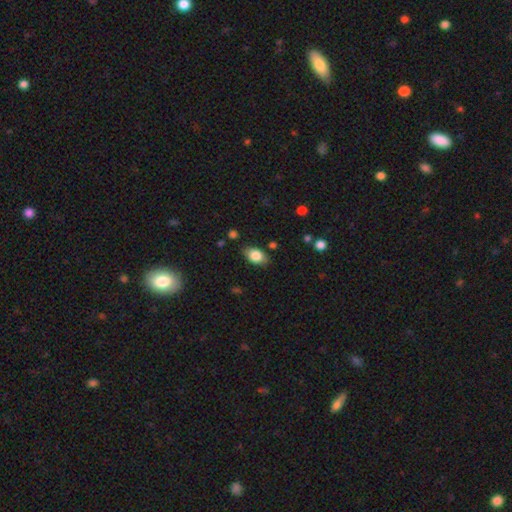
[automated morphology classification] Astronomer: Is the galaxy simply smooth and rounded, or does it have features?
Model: smooth — 83%.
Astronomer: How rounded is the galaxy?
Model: in between — 88%.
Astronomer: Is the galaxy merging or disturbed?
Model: none — 81%.